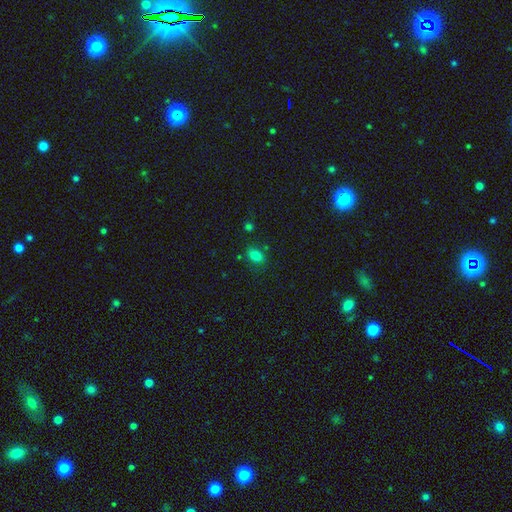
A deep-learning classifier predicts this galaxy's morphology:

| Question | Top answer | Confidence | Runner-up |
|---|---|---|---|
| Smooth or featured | smooth | 80% | star or artifact (13%) |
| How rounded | in between | 76% | round (22%) |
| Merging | none | 77% | minor disturbance (14%) |